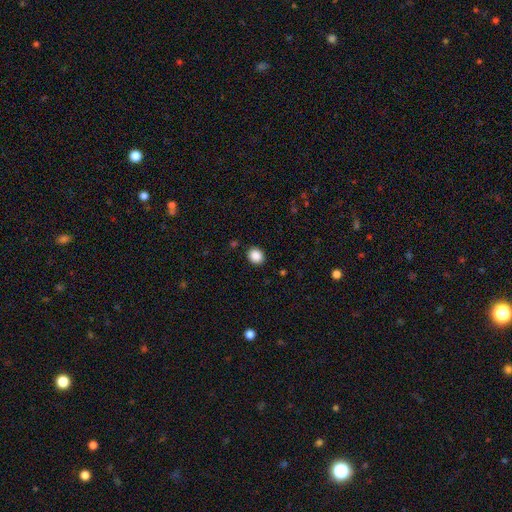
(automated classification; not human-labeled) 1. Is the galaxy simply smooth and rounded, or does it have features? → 88% smooth, 9% star or artifact, 3% featured or disk.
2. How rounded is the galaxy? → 69% round, 30% in between, 1% cigar-shaped.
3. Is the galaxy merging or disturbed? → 90% none, 7% minor disturbance, 2% major disturbance, 1% merger.